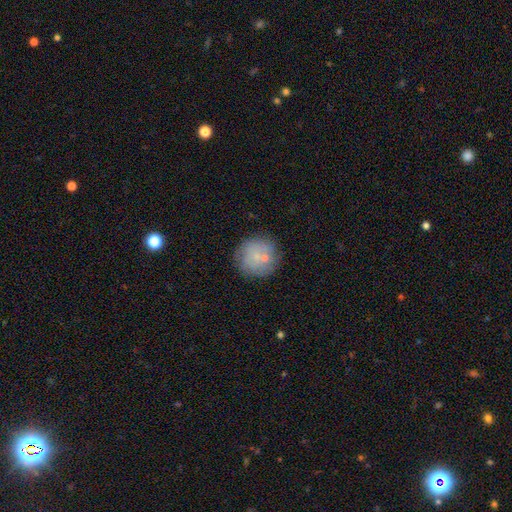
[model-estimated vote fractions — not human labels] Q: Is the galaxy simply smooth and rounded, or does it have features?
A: smooth — 65%.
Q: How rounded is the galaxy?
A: round — 93%.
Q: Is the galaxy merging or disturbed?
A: none — 73%.